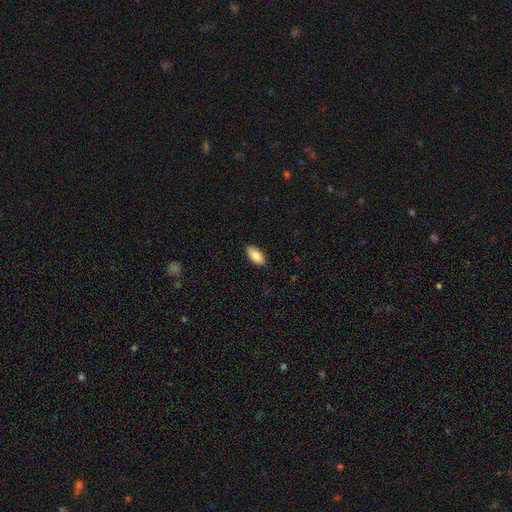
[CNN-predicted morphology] Smooth or featured? Predicted: smooth (p=0.86). How rounded? Predicted: in between (p=0.94). Merging? Predicted: none (p=0.87).